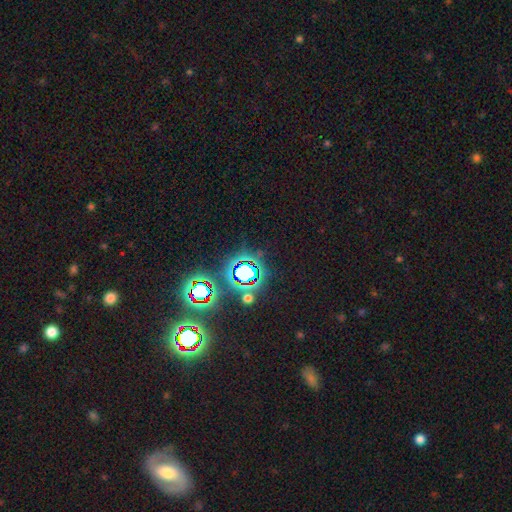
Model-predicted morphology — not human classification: Smooth or featured? Predicted: star or artifact (p=0.76).